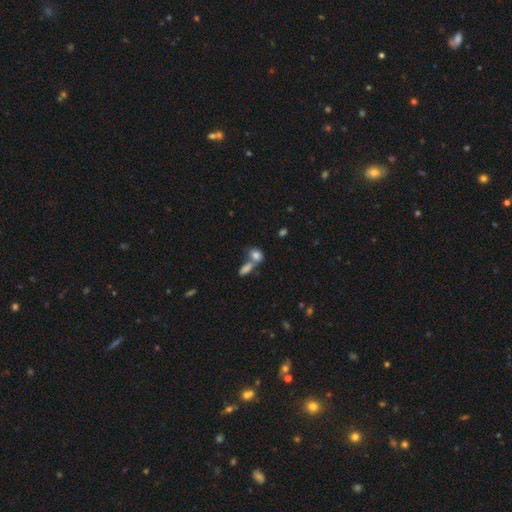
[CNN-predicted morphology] This is clearly a smooth galaxy (81%). How rounded: likely in between (78%). Merging: possibly merger (53%).